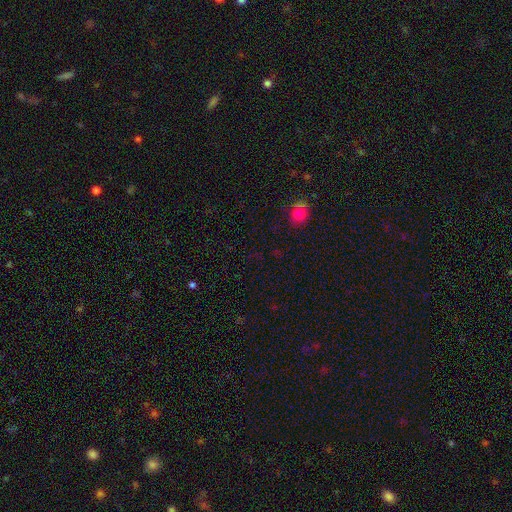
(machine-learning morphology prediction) A star or artifact, not a galaxy (61%).

Vote fractions:
- Smooth or featured? star or artifact: 61% / smooth: 31% / featured or disk: 8%